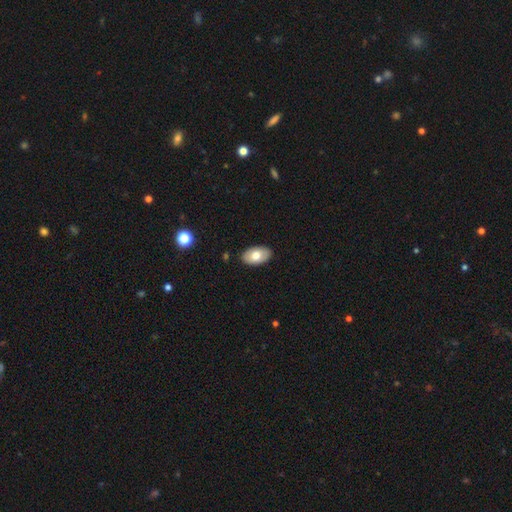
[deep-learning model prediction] Smooth or featured? Predicted: smooth (p=0.73). How rounded? Predicted: in between (p=0.94). Merging? Predicted: none (p=0.88).